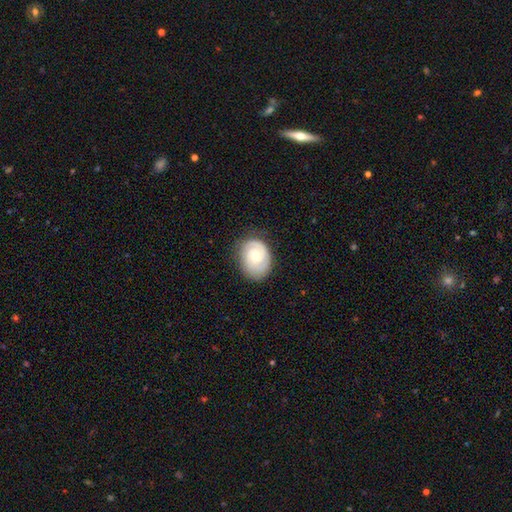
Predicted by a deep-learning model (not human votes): Q: Smooth or featured?
A: featured or disk (70%); runner-up: smooth (25%)
Q: Edge-on disk?
A: no (97%); runner-up: yes (3%)
Q: Bar?
A: no (75%); runner-up: weak (22%)
Q: Spiral arms?
A: yes (90%); runner-up: no (10%)
Q: Spiral winding?
A: tight (70%); runner-up: medium (24%)
Q: Spiral arm count?
A: 2 (46%); runner-up: can't tell (24%)
Q: Bulge size?
A: moderate (58%); runner-up: small (37%)
Q: Merging?
A: none (78%); runner-up: minor disturbance (16%)